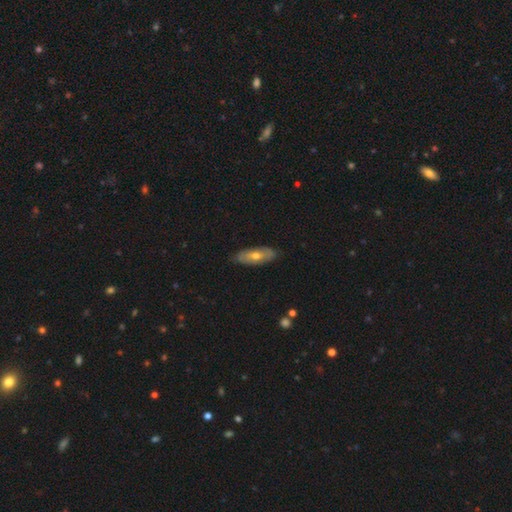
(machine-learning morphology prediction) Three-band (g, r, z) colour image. It shows a smooth galaxy with no disk features (48%). Merging: none (84%).